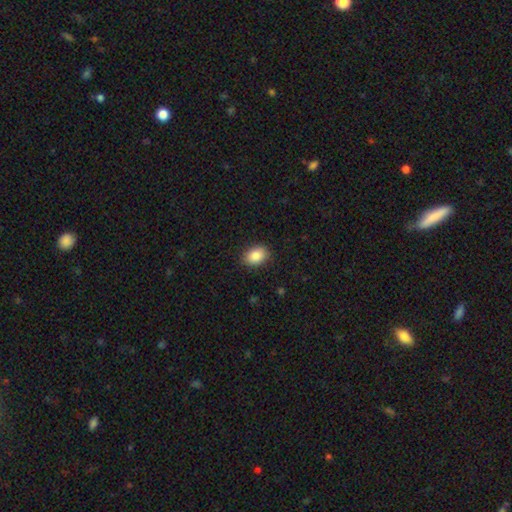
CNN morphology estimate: Smooth or featured: smooth — 88% (star or artifact — 8%)
How rounded: in between — 79% (round — 20%)
Merging: none — 87% (minor disturbance — 9%)